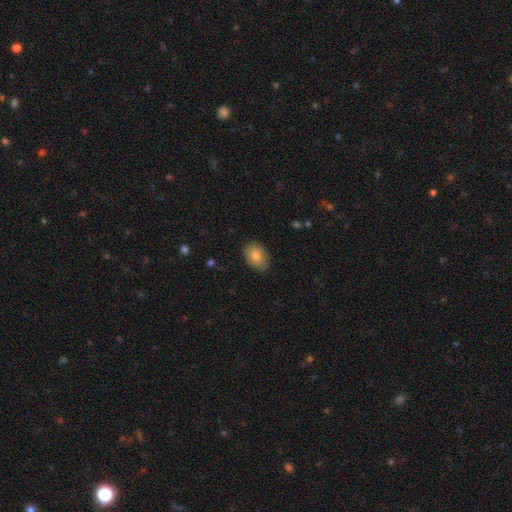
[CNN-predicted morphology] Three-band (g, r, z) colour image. It shows a smooth galaxy with no disk features (85%) that is in between round and cigar-shaped (85%). Merging: none (79%).